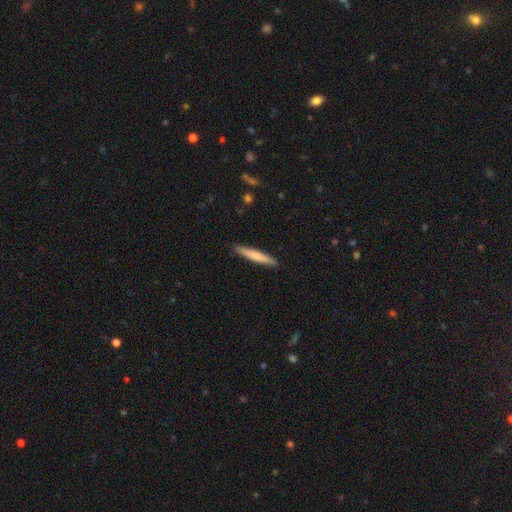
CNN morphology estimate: Overall: smooth (69%). How rounded: cigar-shaped (95%). Merging: none (91%).